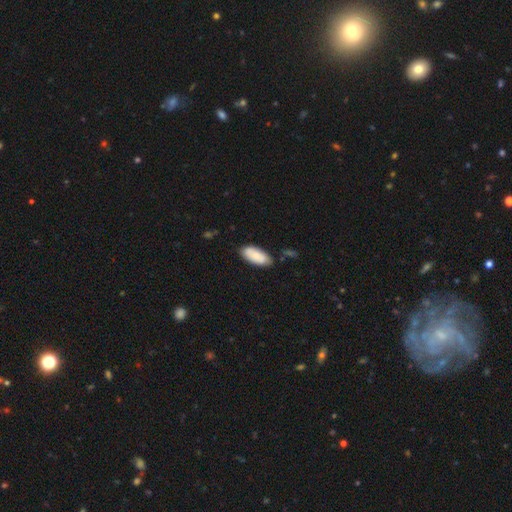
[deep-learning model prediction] A smooth galaxy with no disk features (82%) that is in between round and cigar-shaped (86%). Merging: none (76%).